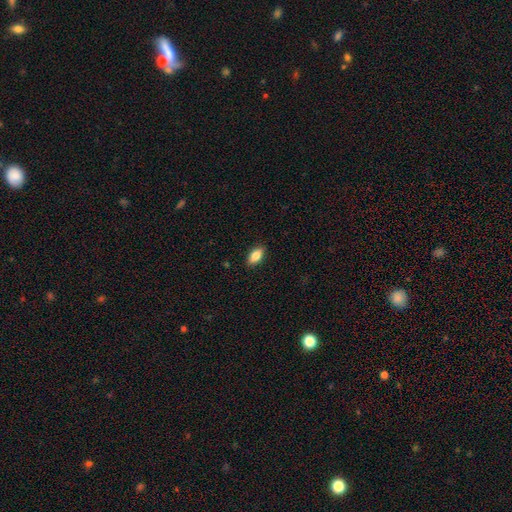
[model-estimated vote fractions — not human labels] Smooth or featured? smooth (83%)
How rounded? in between (89%)
Merging? none (89%)